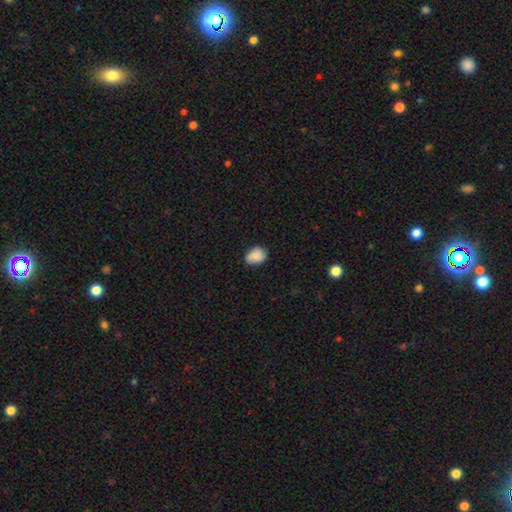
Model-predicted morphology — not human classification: smooth_or_featured: smooth (p=0.83) [alt: featured or disk p=0.09]
how_rounded: in between (p=0.52) [alt: round p=0.47]
merging: none (p=0.68) [alt: minor disturbance p=0.26]